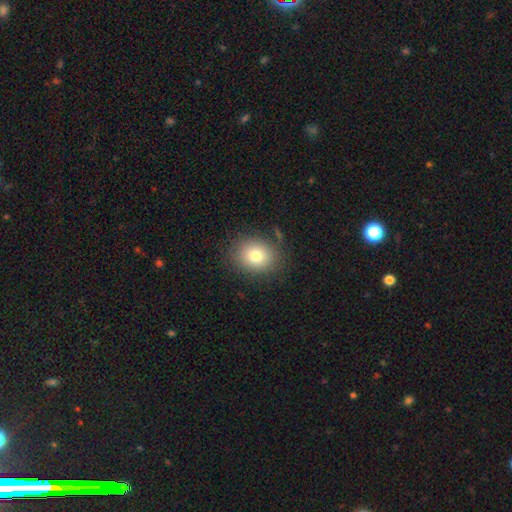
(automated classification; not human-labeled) smooth_or_featured: smooth (p=0.78) [alt: star or artifact p=0.11]
how_rounded: round (p=0.64) [alt: in between p=0.35]
merging: none (p=0.83) [alt: minor disturbance p=0.11]